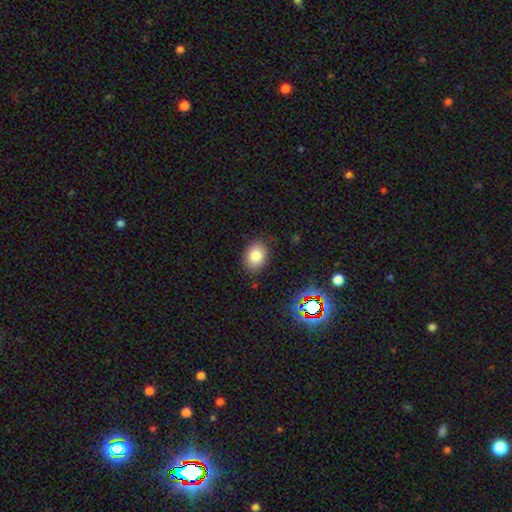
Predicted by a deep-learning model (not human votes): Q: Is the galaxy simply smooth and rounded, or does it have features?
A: smooth — 81%.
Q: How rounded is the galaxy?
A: in between — 69%.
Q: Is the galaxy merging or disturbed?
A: none — 85%.